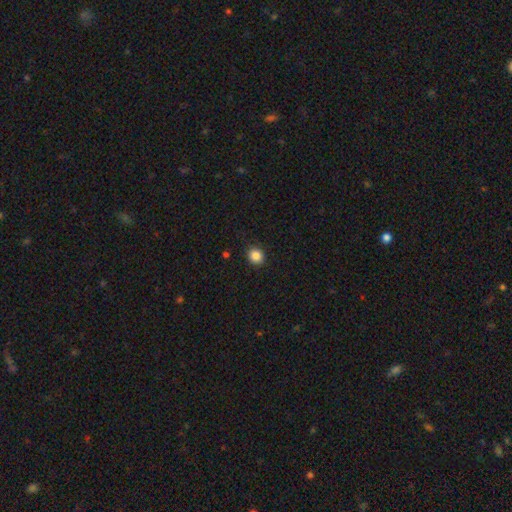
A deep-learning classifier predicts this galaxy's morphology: smooth_or_featured: smooth (p=0.86) [alt: star or artifact p=0.10]
how_rounded: round (p=0.83) [alt: in between p=0.16]
merging: none (p=0.90) [alt: minor disturbance p=0.07]